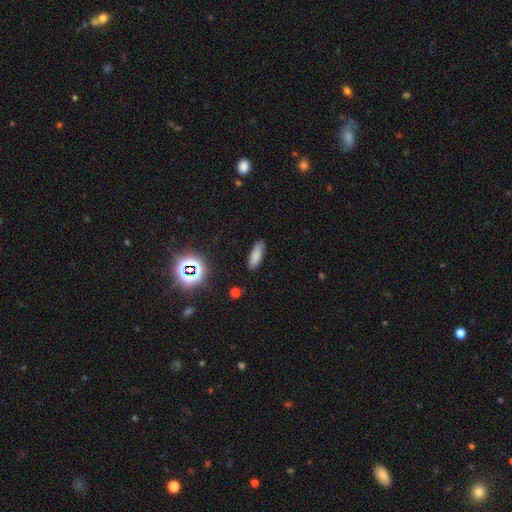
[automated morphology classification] Smooth or featured: smooth — 79% (star or artifact — 12%)
How rounded: in between — 64% (cigar-shaped — 34%)
Merging: none — 85% (minor disturbance — 11%)